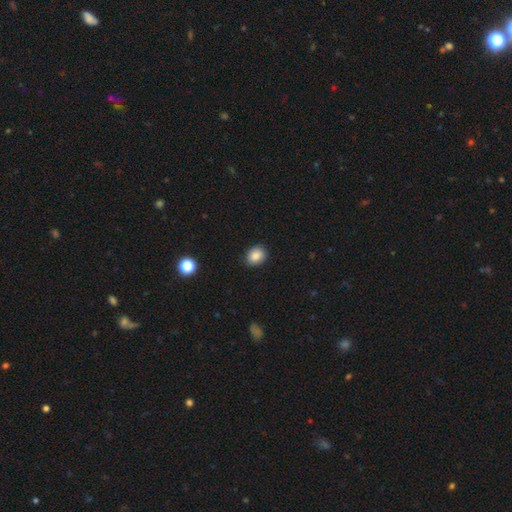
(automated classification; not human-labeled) Smooth or featured?
  - smooth: 87% *
  - star or artifact: 9%
  - featured or disk: 4%
How rounded?
  - in between: 52% *
  - round: 47%
  - cigar-shaped: 1%
Merging?
  - none: 88% *
  - minor disturbance: 9%
  - major disturbance: 2%
  - merger: 1%